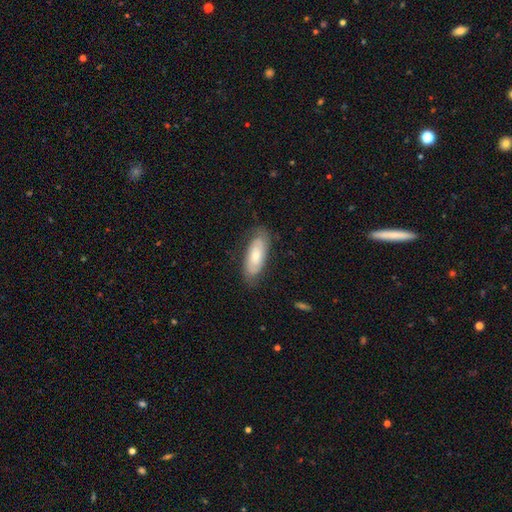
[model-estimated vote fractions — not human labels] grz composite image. It shows a smooth galaxy with no disk features (52%) that is in between round and cigar-shaped (78%). Merging: none (75%).